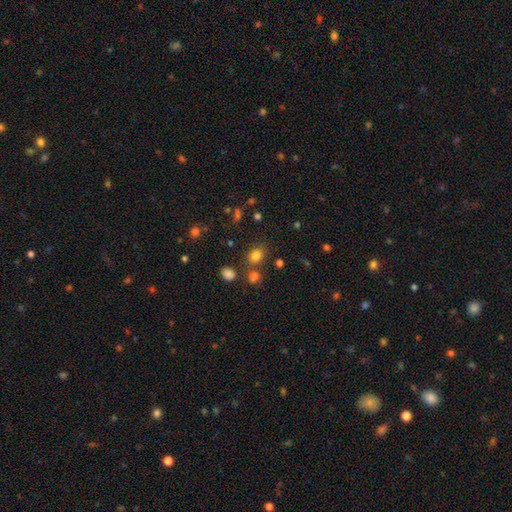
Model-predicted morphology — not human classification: This is likely a smooth galaxy (78%). How rounded: possibly round (53%). Merging: likely none (71%).